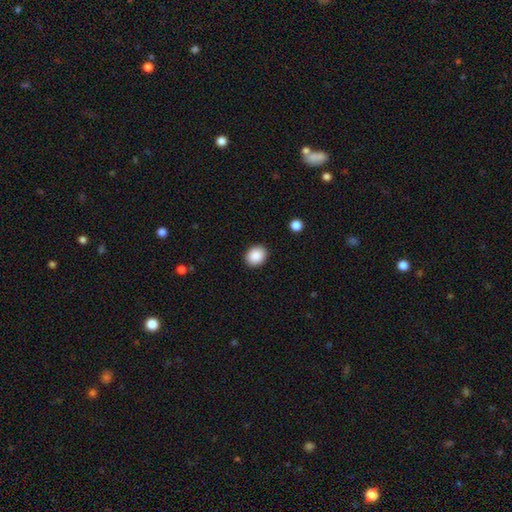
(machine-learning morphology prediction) smooth-or-featured: smooth: 89% | star or artifact: 8% | featured or disk: 3%
  how-rounded: round: 60% | in between: 39% | cigar-shaped: 1%
  merging: none: 90% | minor disturbance: 7% | major disturbance: 2% | merger: 1%